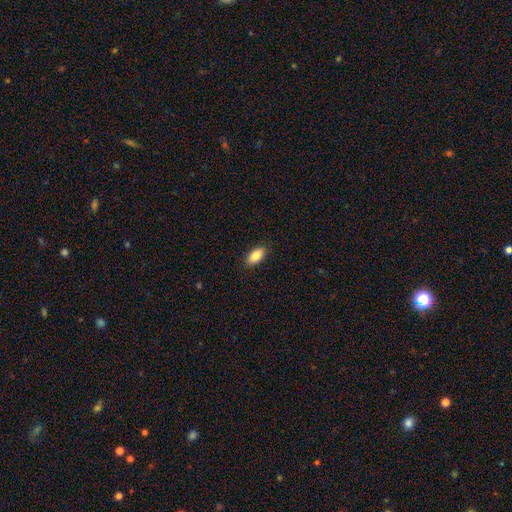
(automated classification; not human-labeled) The model was most divided on "merging": none: 88%, minor disturbance: 9%, major disturbance: 2%, merger: 1%. More confident: how rounded — in between (92%); smooth or featured — smooth (87%).